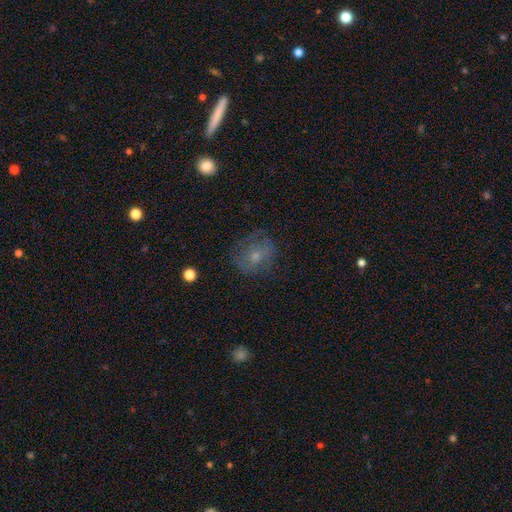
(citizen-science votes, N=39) A smooth galaxy with no disk features (49%, tied with featured or disk) that is round (68%). Merging: none (34%, tied with major disturbance).